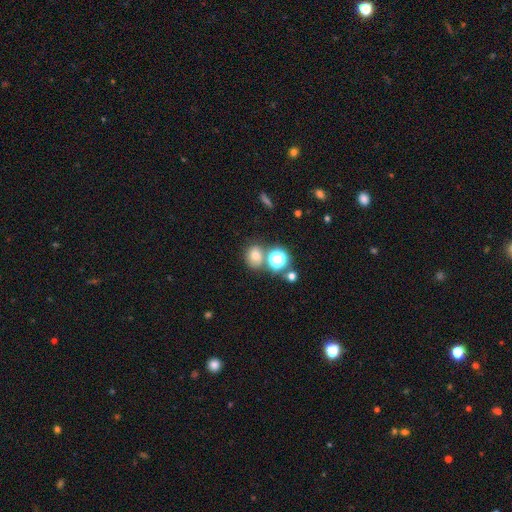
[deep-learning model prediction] This appears to be a smooth galaxy with no disk features (66%) that is round (66%). Merging: none (64%).